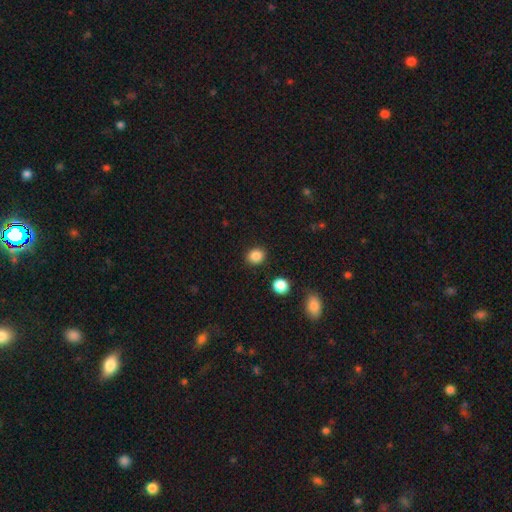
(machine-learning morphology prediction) The model was most divided on "how rounded": round: 68%, in between: 31%, cigar-shaped: 1%. More confident: merging — none (89%); smooth or featured — smooth (86%).